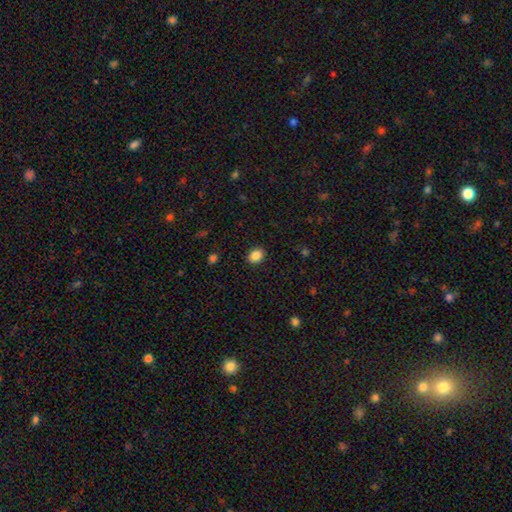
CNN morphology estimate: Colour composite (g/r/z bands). It shows a smooth galaxy with no disk features (87%) that is in between round and cigar-shaped (62%). Merging: none (89%).